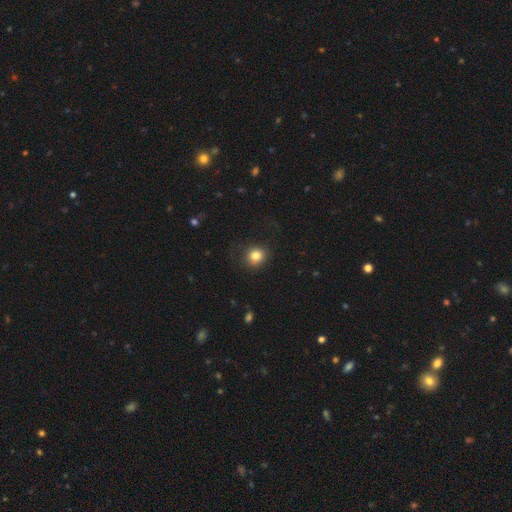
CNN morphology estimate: This appears to be a smooth galaxy with no disk features (82%) that is round (83%). Merging: none (84%).